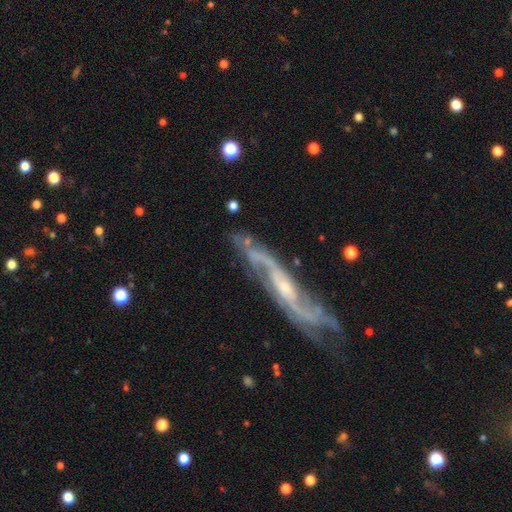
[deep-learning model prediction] featured or disk 88%, smooth 6%, star or artifact 6%. Down the decision tree: edge-on disk — no (80%); bar — no (46%); spiral arms — yes (96%); spiral arm count — 2 (74%); spiral winding — loose (45%); bulge size — small (70%); merging — none (58%).